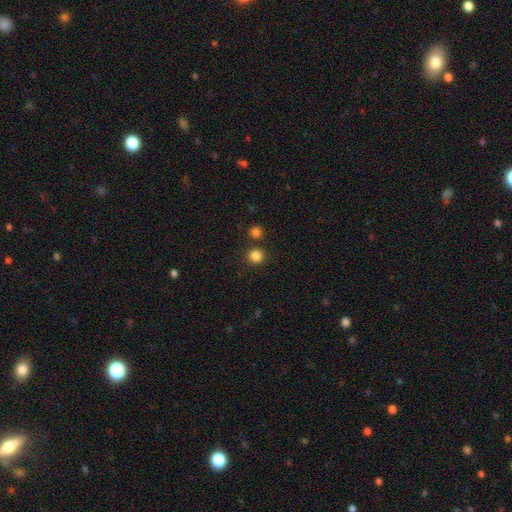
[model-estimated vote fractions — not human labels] This appears to be a smooth galaxy with no disk features (83%) that is round (91%). Merging: none (83%).